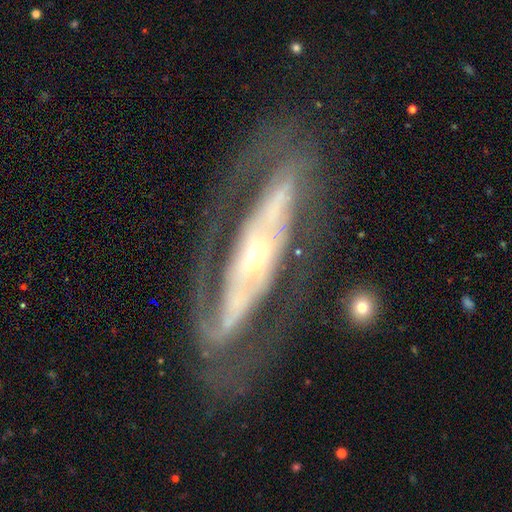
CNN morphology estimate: type=featured or disk (85%); edge-on=no (84%); bar=no (44%); spiral arms=yes (82%); winding=medium (41%); arm count=2 (77%); bulge=small (59%); merging=none (68%).